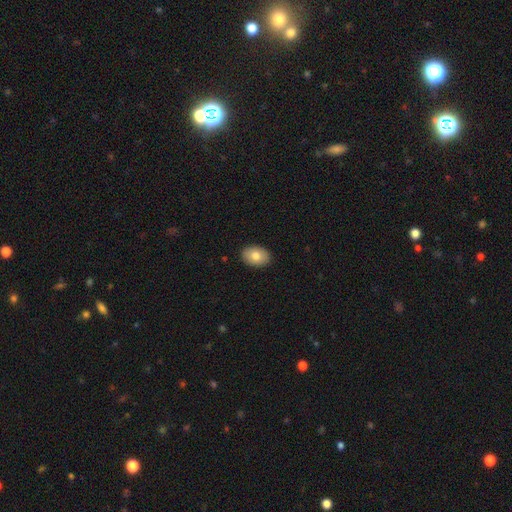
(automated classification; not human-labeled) Smooth or featured? Predicted: smooth (p=0.80). How rounded? Predicted: in between (p=0.81). Merging? Predicted: none (p=0.90).